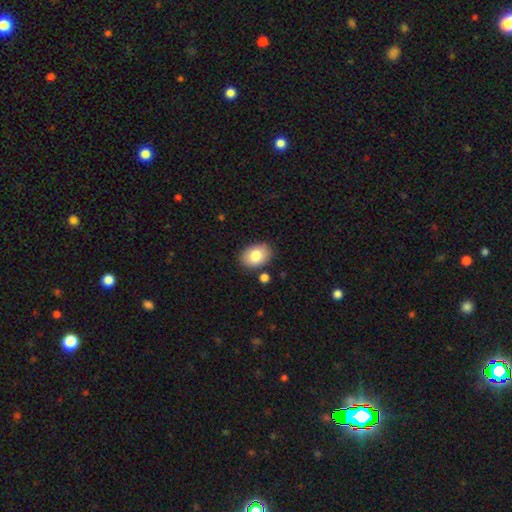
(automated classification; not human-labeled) This is clearly a smooth galaxy (80%). How rounded: likely in between (76%). Merging: clearly none (84%).